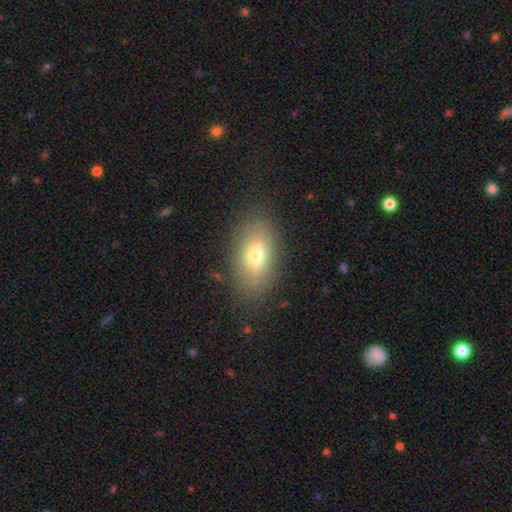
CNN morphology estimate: Smooth or featured? smooth (53%)
How rounded? in between (80%)
Merging? none (82%)